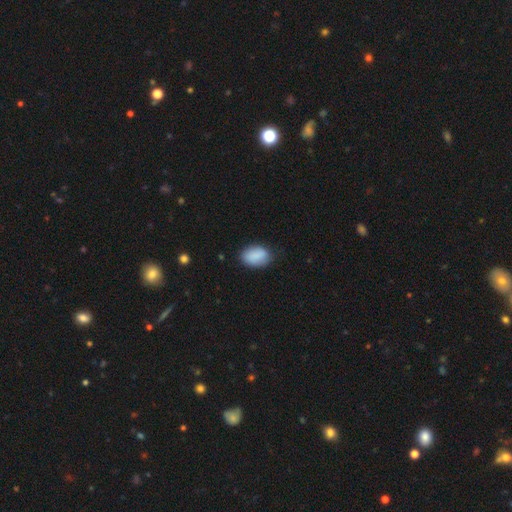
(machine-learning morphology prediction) Smooth or featured? smooth (86%)
How rounded? in between (87%)
Merging? none (77%)